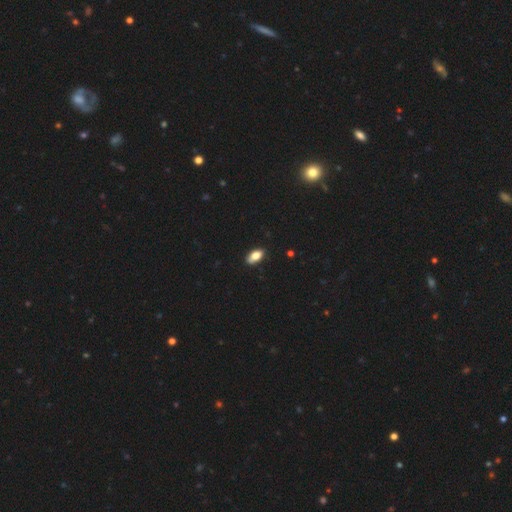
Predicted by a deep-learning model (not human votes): Morphology: type=smooth (81%); roundness=in between (90%); merging=none (84%).